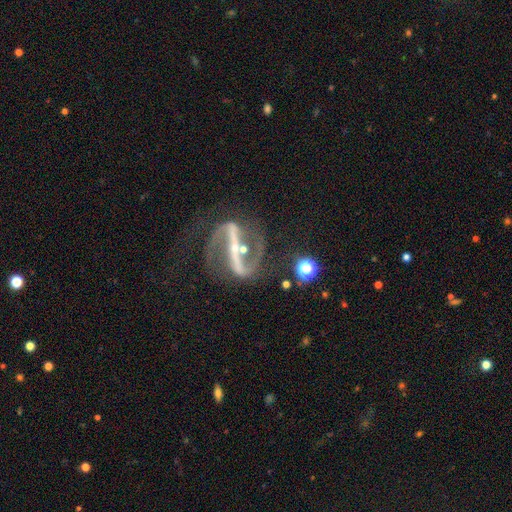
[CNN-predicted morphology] smooth-or-featured: featured or disk: 84% | star or artifact: 11% | smooth: 5%
  disk-edge-on: no: 94% | yes: 6%
    bar: strong: 64% | weak: 25% | no: 12%
    has-spiral-arms: yes: 91% | no: 9%
      spiral-winding: loose: 45% | medium: 40% | tight: 15%
      spiral-arm-count: 2: 87% | can't tell: 4% | 1: 4% | 3: 2% | 4: 2% | more than 4: 2%
    bulge-size: small: 57% | moderate: 23% | none: 15% | large: 3% | dominant: 2%
  merging: none: 49% | major disturbance: 23% | minor disturbance: 15% | merger: 13%